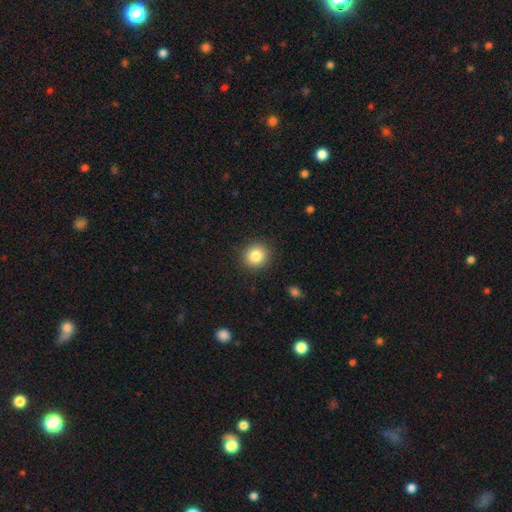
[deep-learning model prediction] Smooth or featured: smooth — 84% (star or artifact — 10%)
How rounded: round — 89% (in between — 10%)
Merging: none — 90% (minor disturbance — 6%)